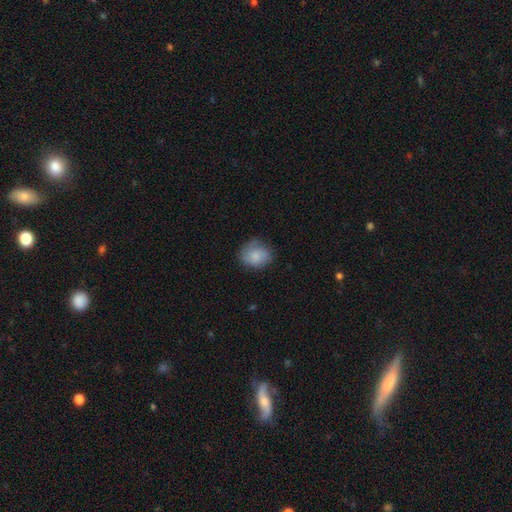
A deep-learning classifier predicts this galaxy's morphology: Smooth or featured?
  - smooth: 75% *
  - featured or disk: 18%
  - star or artifact: 7%
How rounded?
  - round: 70% *
  - in between: 29%
  - cigar-shaped: 1%
Merging?
  - none: 69% *
  - minor disturbance: 23%
  - major disturbance: 7%
  - merger: 1%